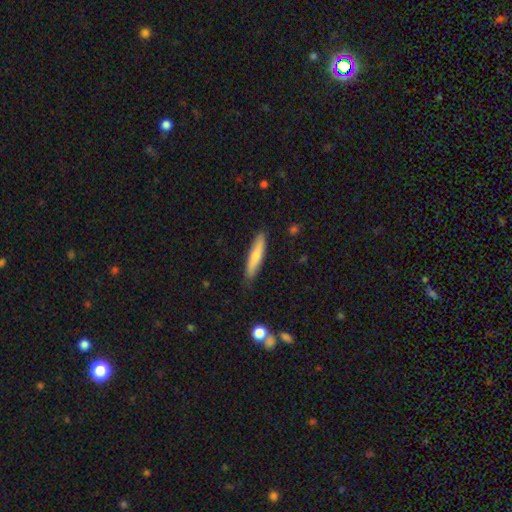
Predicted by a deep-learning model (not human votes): Q: Smooth or featured?
A: smooth (73%); runner-up: featured or disk (22%)
Q: How rounded?
A: cigar-shaped (86%); runner-up: in between (13%)
Q: Merging?
A: none (85%); runner-up: minor disturbance (12%)